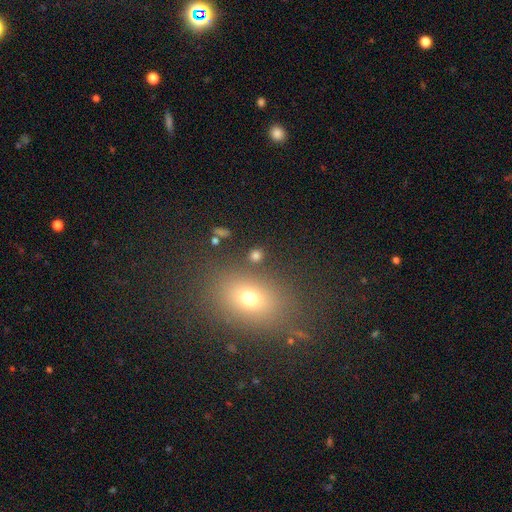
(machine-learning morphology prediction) smooth 75%, star or artifact 17%, featured or disk 8%. Down the decision tree: how rounded — round (70%); merging — none (82%).